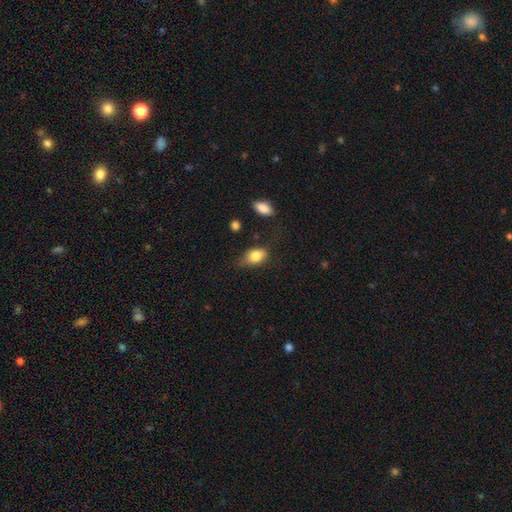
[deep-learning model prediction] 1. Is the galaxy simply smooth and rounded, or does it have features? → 81% smooth, 10% featured or disk, 8% star or artifact.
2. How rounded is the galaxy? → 81% in between, 16% round, 3% cigar-shaped.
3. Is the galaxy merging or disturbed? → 54% none, 34% minor disturbance, 10% major disturbance, 3% merger.